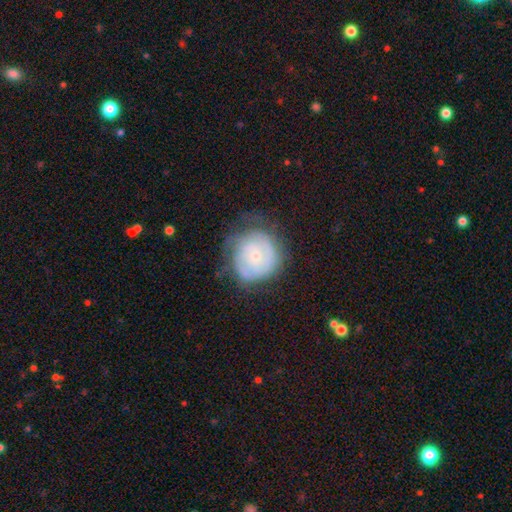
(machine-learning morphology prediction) Smooth or featured: featured or disk — 62% (smooth — 32%)
Edge-on disk: no — 98% (yes — 2%)
Bar: no — 81% (weak — 16%)
Spiral arms: yes — 77% (no — 23%)
Bulge size: small — 75% (moderate — 21%)
Merging: none — 60% (minor disturbance — 26%)